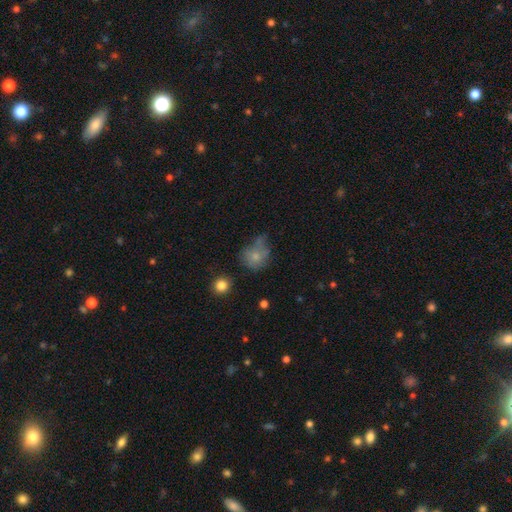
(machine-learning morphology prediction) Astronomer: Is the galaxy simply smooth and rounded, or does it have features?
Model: smooth — 69%.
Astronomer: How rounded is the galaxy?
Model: round — 67%.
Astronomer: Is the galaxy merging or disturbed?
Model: none — 37% (runner-up: minor disturbance, 28%).